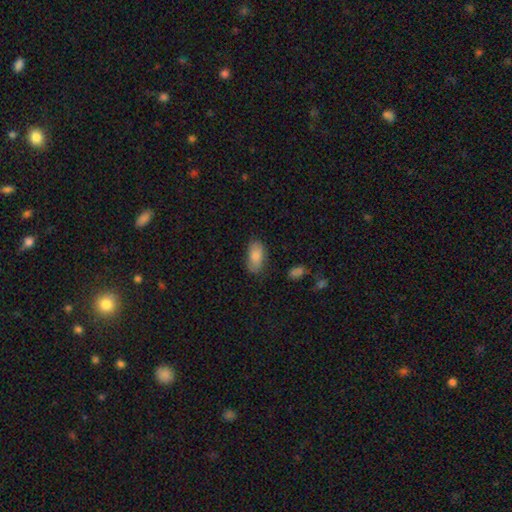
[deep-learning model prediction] A smooth galaxy with no disk features (80%) that is in between round and cigar-shaped (93%). Merging: none (77%).